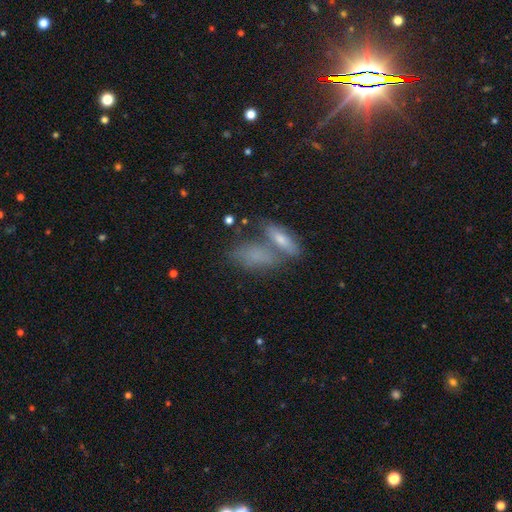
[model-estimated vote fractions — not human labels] Smooth or featured? smooth (65%)
How rounded? in between (69%)
Merging? merger (42%)